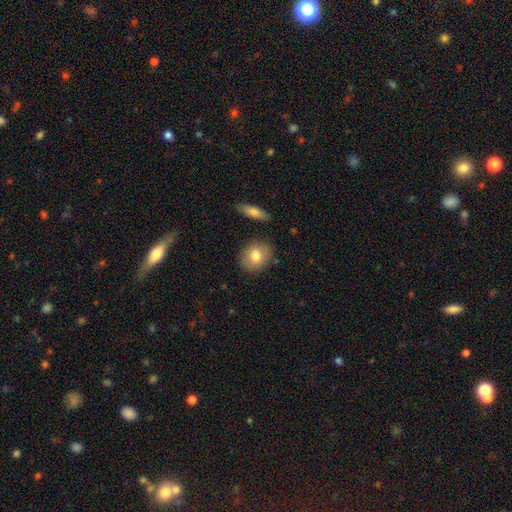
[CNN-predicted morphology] smooth_or_featured: smooth (p=0.78) [alt: featured or disk p=0.14]
how_rounded: round (p=0.65) [alt: in between p=0.33]
merging: none (p=0.85) [alt: minor disturbance p=0.09]